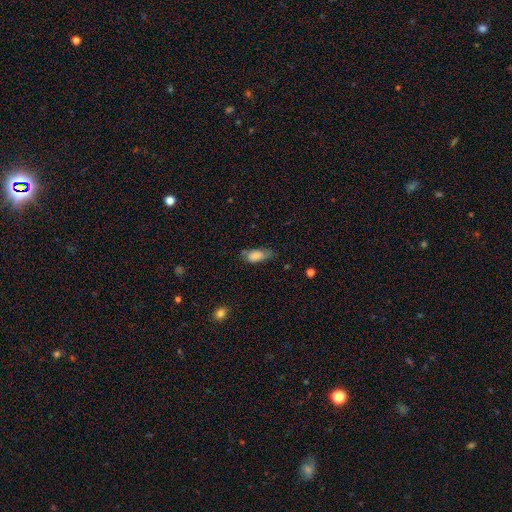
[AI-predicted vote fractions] Morphology: type=smooth (82%); roundness=in between (84%); merging=none (45%).